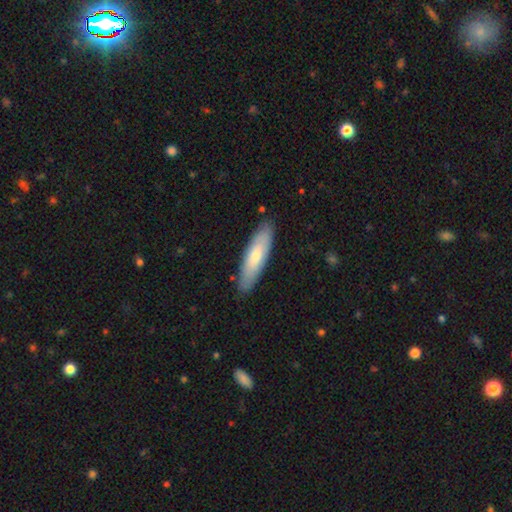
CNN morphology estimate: This appears to be a smooth galaxy with no disk features (68%) that is cigar-shaped (60%). Merging: none (86%).